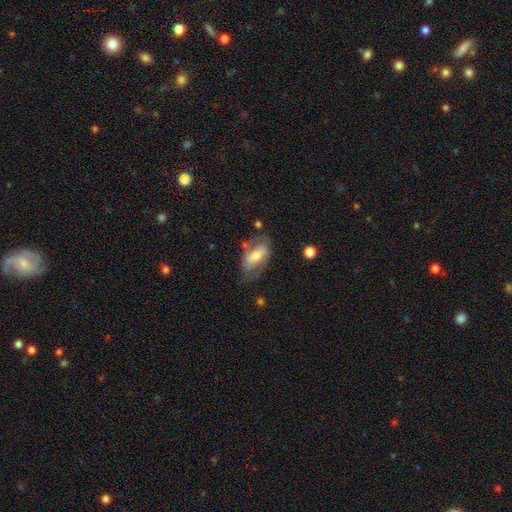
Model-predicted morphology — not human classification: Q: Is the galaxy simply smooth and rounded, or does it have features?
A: featured or disk — 51%.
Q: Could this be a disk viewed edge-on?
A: no — 90%.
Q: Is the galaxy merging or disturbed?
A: none — 57%.